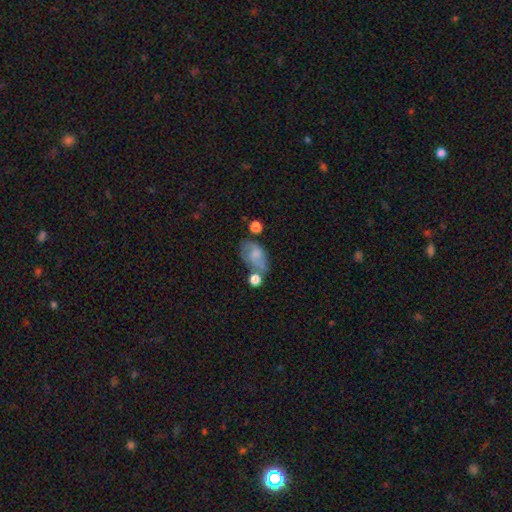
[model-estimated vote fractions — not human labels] A smooth galaxy with no disk features (55%) that is in between round and cigar-shaped (85%).

Vote fractions:
- Smooth or featured? smooth: 55% / featured or disk: 36% / star or artifact: 9%
- How rounded? in between: 85% / round: 13% / cigar-shaped: 2%
- Merging? none: 34% / minor disturbance: 26% / merger: 23% / major disturbance: 18%